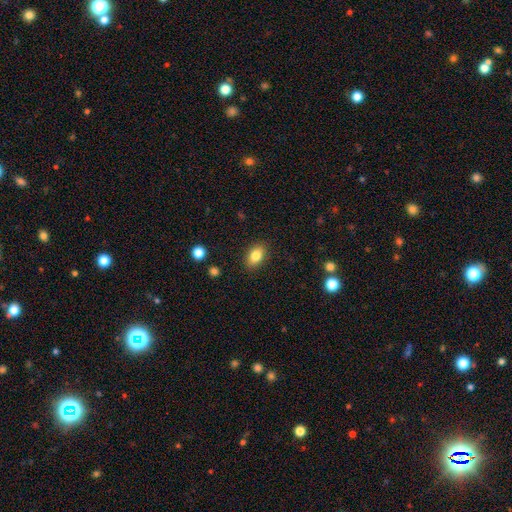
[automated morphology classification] The model was most divided on "smooth or featured": smooth: 83%, featured or disk: 9%, star or artifact: 9%. More confident: merging — none (88%); how rounded — in between (86%).